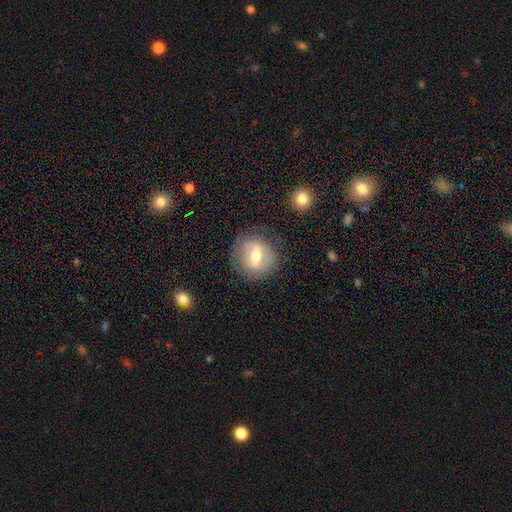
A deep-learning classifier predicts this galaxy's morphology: The model was most divided on "smooth or featured": featured or disk: 51%, smooth: 41%, star or artifact: 8%. More confident: merging — none (81%); edge-on disk — no (77%).